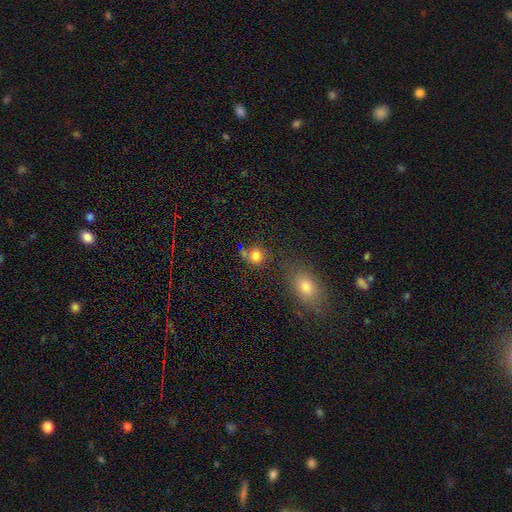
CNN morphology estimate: Smooth or featured? Predicted: smooth (p=0.80). How rounded? Predicted: round (p=0.80). Merging? Predicted: none (p=0.62).